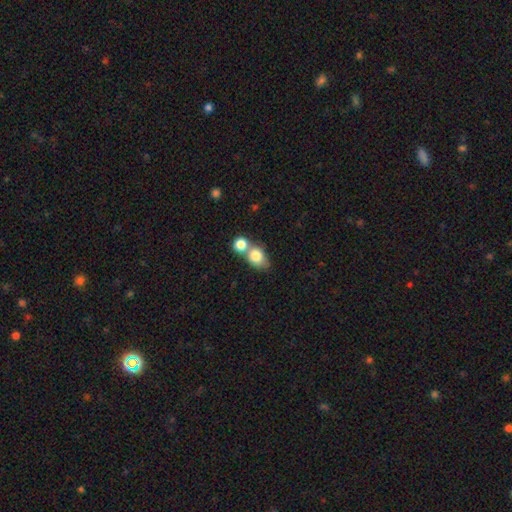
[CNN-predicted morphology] This is likely a smooth galaxy (80%). How rounded: possibly in between (55%). Merging: possibly merger (56%).